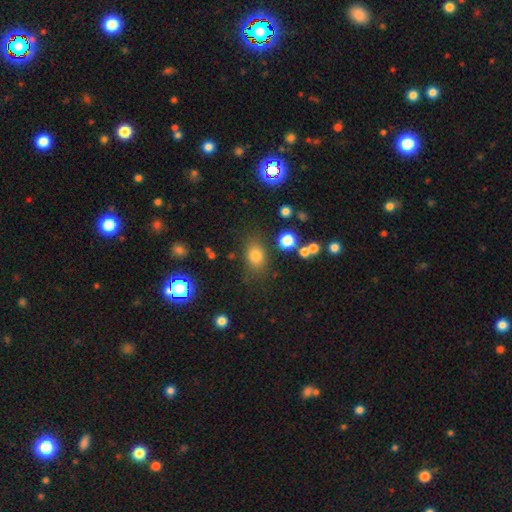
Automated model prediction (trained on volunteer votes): Smooth or featured?
  - smooth: 77% *
  - star or artifact: 15%
  - featured or disk: 8%
How rounded?
  - in between: 60% *
  - round: 38%
  - cigar-shaped: 2%
Merging?
  - none: 76% *
  - minor disturbance: 14%
  - major disturbance: 5%
  - merger: 5%